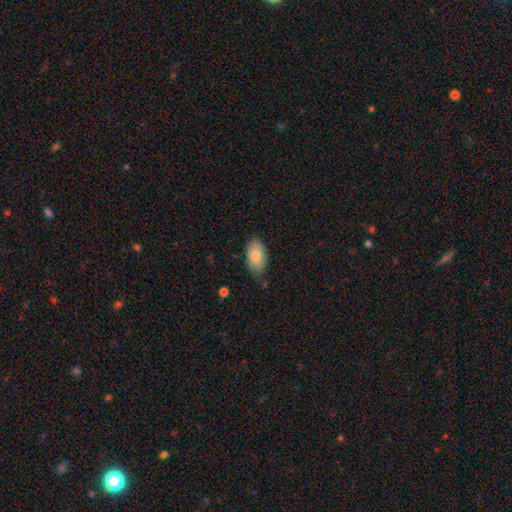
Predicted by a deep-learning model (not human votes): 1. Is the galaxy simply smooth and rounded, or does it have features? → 79% smooth, 15% featured or disk, 7% star or artifact.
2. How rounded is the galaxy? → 93% in between, 6% round, 2% cigar-shaped.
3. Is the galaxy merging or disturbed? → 73% none, 22% minor disturbance, 3% major disturbance, 2% merger.